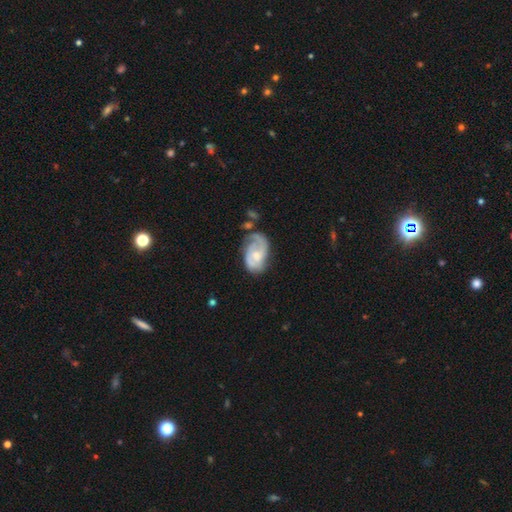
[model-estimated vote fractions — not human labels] smooth_or_featured: featured or disk (p=0.76) [alt: smooth p=0.18]
disk_edge_on: no (p=0.97) [alt: yes p=0.03]
bar: no (p=0.62) [alt: weak p=0.33]
has_spiral_arms: yes (p=0.91) [alt: no p=0.09]
spiral_winding: medium (p=0.41) [alt: tight p=0.39]
spiral_arm_count: 2 (p=0.56) [alt: 1 p=0.18]
bulge_size: moderate (p=0.47) [alt: small p=0.45]
merging: none (p=0.46) [alt: minor disturbance p=0.28]